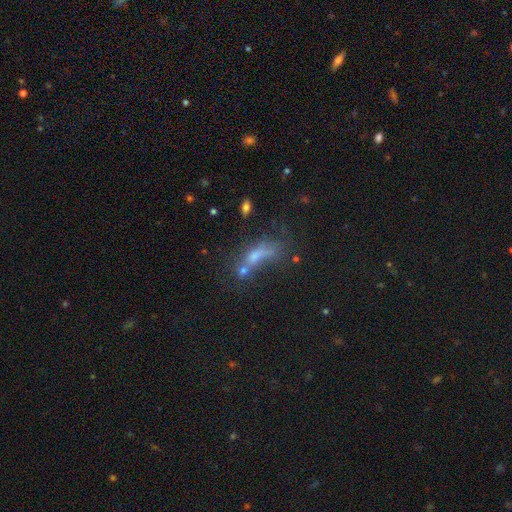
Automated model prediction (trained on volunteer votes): The model was most divided on "merging": merger: 32%, none: 29%, major disturbance: 24%, minor disturbance: 15%. Remaining: smooth or featured — smooth (46%).